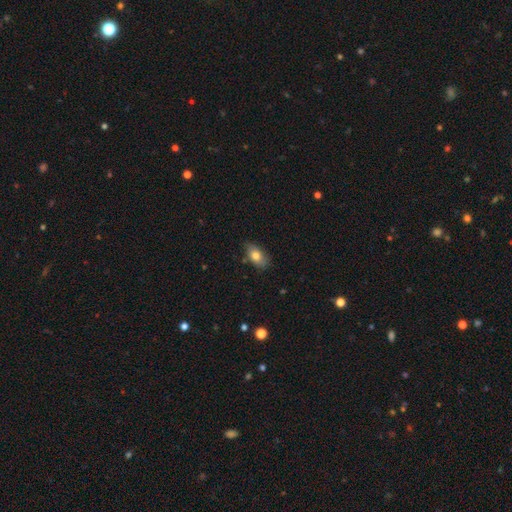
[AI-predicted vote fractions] Smooth or featured: smooth — 78% (featured or disk — 14%)
How rounded: in between — 88% (round — 9%)
Merging: none — 75% (minor disturbance — 20%)